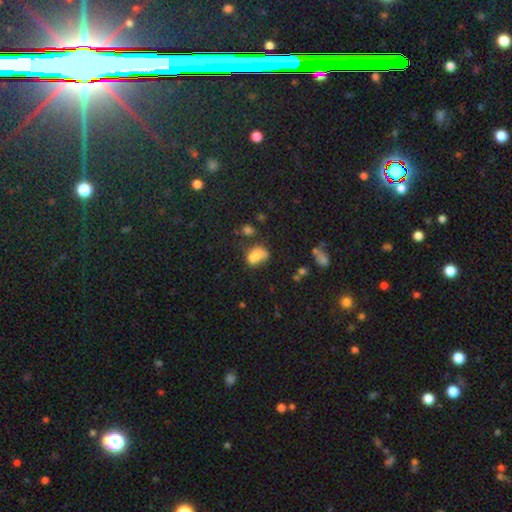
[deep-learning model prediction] Smooth or featured? Predicted: smooth (p=0.74). How rounded? Predicted: in between (p=0.83). Merging? Predicted: none (p=0.34).